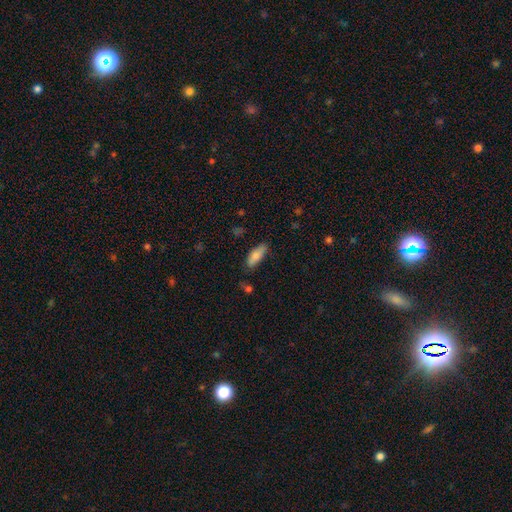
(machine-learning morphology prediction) Smooth or featured? smooth (81%)
How rounded? in between (64%)
Merging? none (75%)